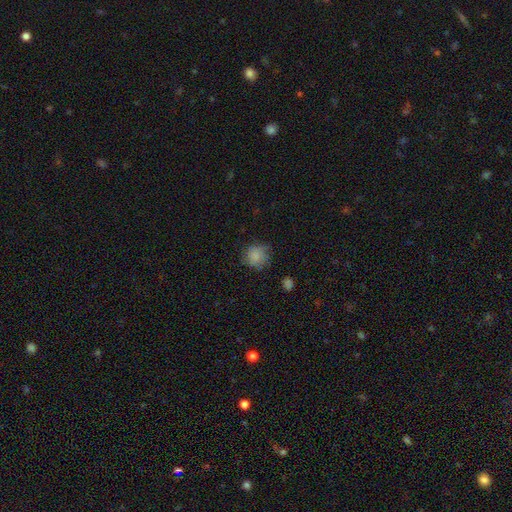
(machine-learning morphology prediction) smooth 81%, featured or disk 10%, star or artifact 9%. Down the decision tree: how rounded — round (87%); merging — none (71%).